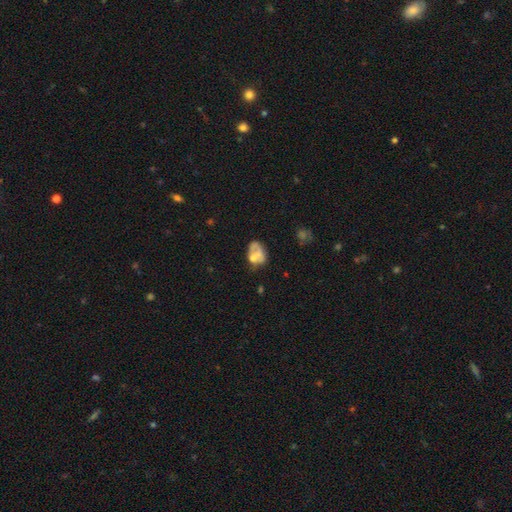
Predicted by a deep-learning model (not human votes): This is possibly a smooth galaxy (50%). Merging: marginally none (33%).